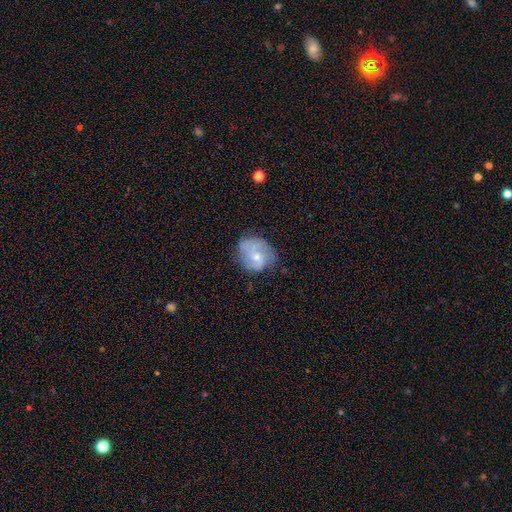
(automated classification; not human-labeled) featured or disk 60%, smooth 33%, star or artifact 7%. Down the decision tree: edge-on disk — no (98%); bar — no (65%); spiral arms — yes (83%); bulge size — small (52%); merging — none (61%).